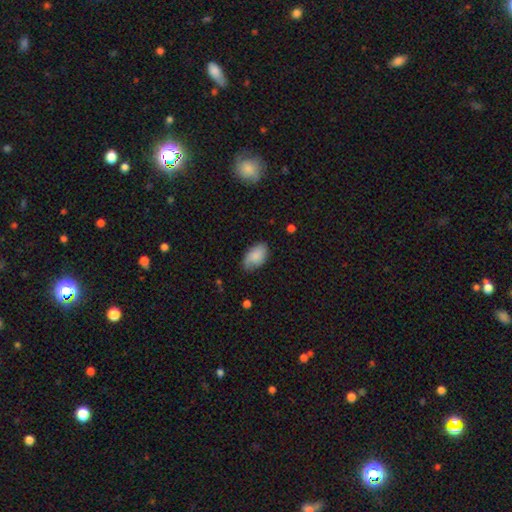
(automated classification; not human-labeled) Overall: smooth (82%). How rounded: in between (92%). Merging: none (67%).